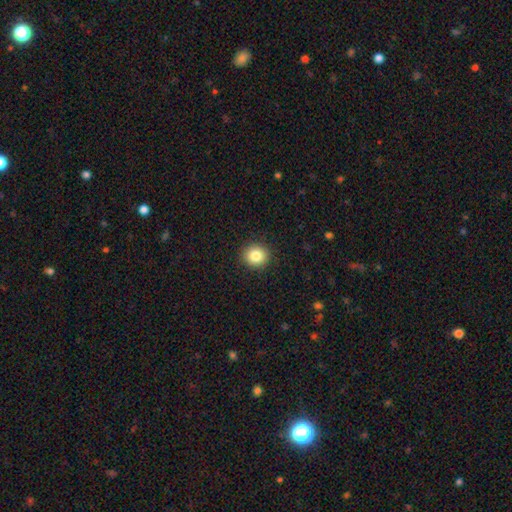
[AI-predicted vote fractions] Smooth or featured: smooth — 84% (star or artifact — 10%)
How rounded: round — 88% (in between — 11%)
Merging: none — 92% (minor disturbance — 5%)